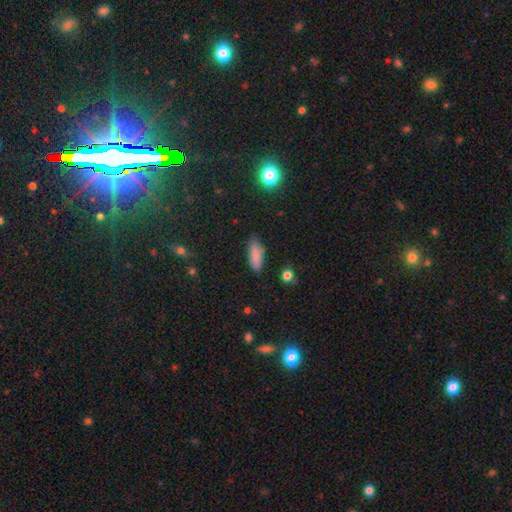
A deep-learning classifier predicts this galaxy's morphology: smooth-or-featured: smooth: 85% | star or artifact: 9% | featured or disk: 7%
  how-rounded: in between: 62% | cigar-shaped: 35% | round: 2%
  merging: none: 79% | minor disturbance: 15% | major disturbance: 3% | merger: 2%